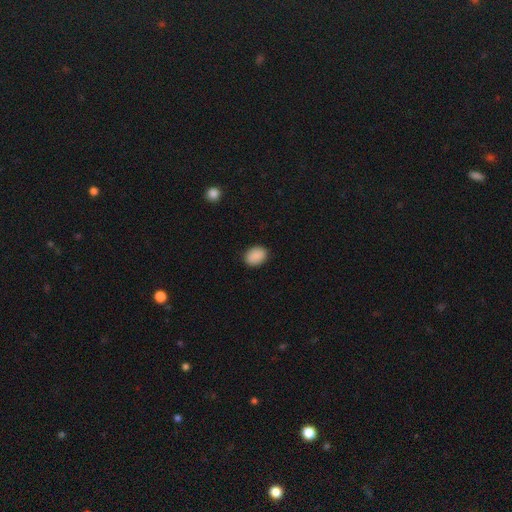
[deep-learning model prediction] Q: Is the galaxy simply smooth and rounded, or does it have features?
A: smooth — 90%.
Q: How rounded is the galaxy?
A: in between — 64%.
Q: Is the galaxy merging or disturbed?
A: none — 88%.